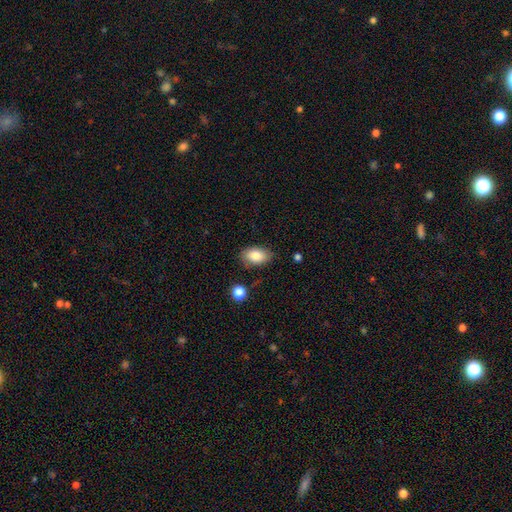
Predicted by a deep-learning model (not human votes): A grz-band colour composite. It shows a smooth galaxy with no disk features (84%) that is in between round and cigar-shaped (91%). Merging: none (81%).